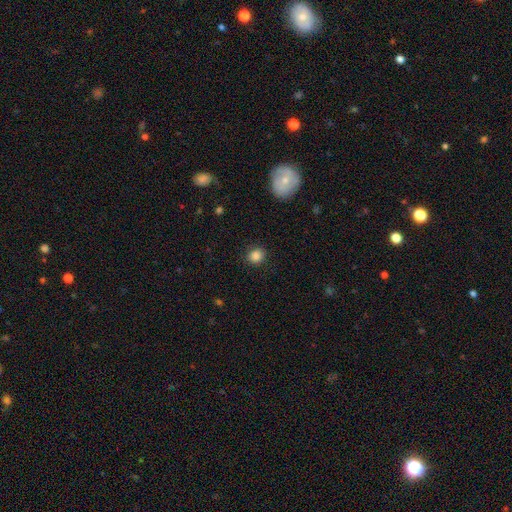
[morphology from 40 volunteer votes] This appears to be a smooth galaxy with no disk features (92%) that is round (86%). Merging: none (87%).